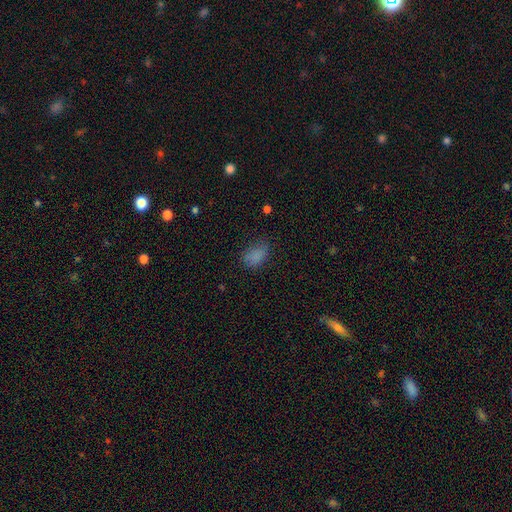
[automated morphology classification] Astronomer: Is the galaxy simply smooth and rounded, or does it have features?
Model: smooth — 81%.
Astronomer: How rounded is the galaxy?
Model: in between — 83%.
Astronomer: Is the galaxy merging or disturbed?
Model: none — 69%.